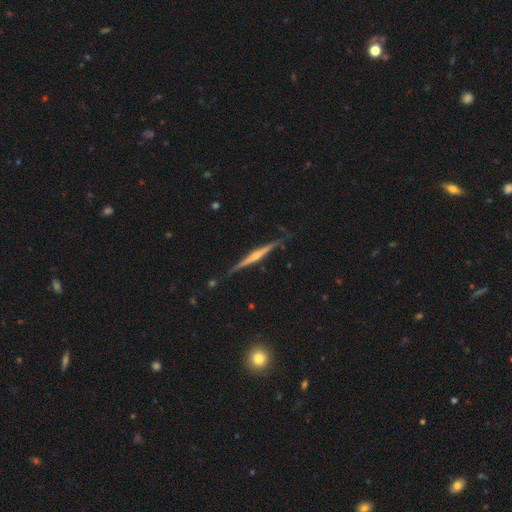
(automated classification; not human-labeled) Smooth or featured?
  - featured or disk: 78% *
  - smooth: 16%
  - star or artifact: 6%
Edge-on disk?
  - yes: 98% *
  - no: 2%
Edge-on bulge?
  - rounded: 76% *
  - none: 16%
  - boxy: 8%
Merging?
  - none: 85% *
  - minor disturbance: 11%
  - major disturbance: 2%
  - merger: 2%